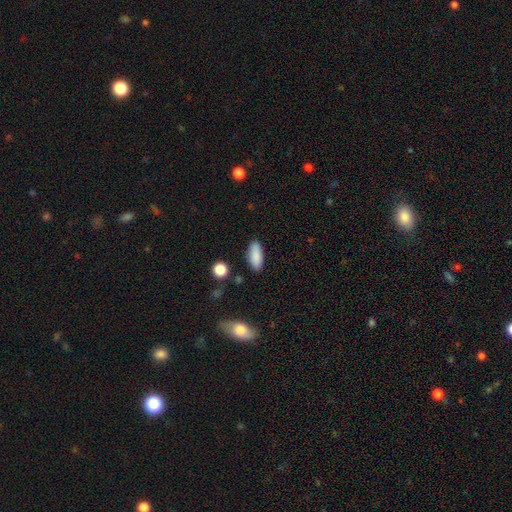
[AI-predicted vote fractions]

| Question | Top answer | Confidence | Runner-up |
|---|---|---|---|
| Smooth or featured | smooth | 87% | star or artifact (7%) |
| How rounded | in between | 79% | cigar-shaped (19%) |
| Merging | none | 86% | minor disturbance (10%) |